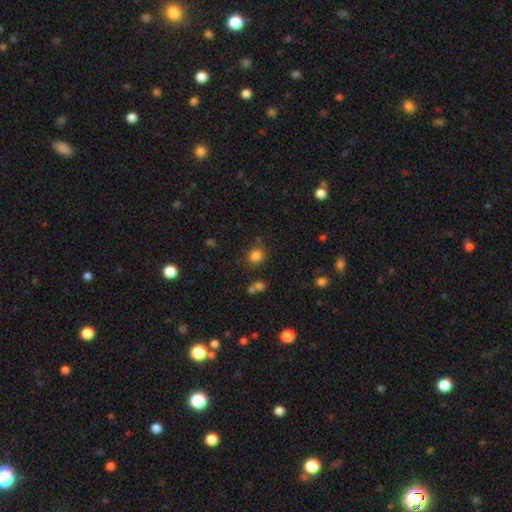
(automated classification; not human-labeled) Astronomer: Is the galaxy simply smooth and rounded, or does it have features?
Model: smooth — 82%.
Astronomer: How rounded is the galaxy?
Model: round — 77%.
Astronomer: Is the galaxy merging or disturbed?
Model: none — 76%.